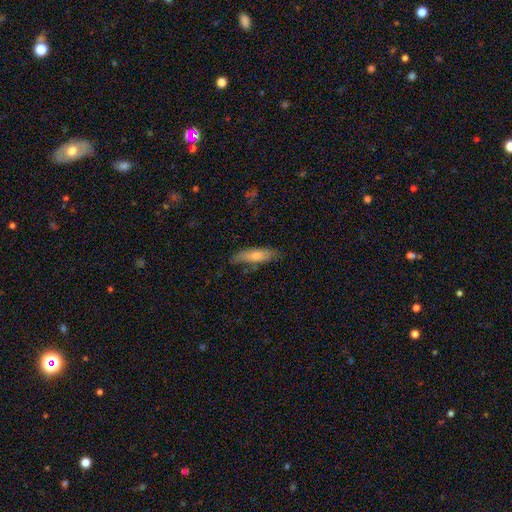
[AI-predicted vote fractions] This appears to be a smooth galaxy with no disk features (66%) that is cigar-shaped (64%). Merging: none (73%).